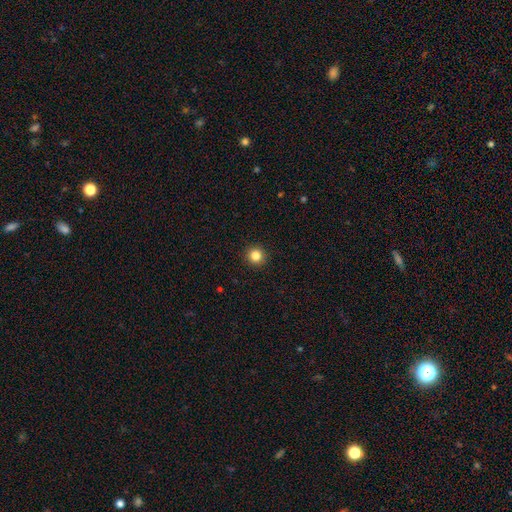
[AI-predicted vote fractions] Smooth or featured?
  - smooth: 83% *
  - star or artifact: 12%
  - featured or disk: 5%
How rounded?
  - round: 95% *
  - in between: 4%
  - cigar-shaped: 1%
Merging?
  - none: 93% *
  - minor disturbance: 4%
  - major disturbance: 2%
  - merger: 1%